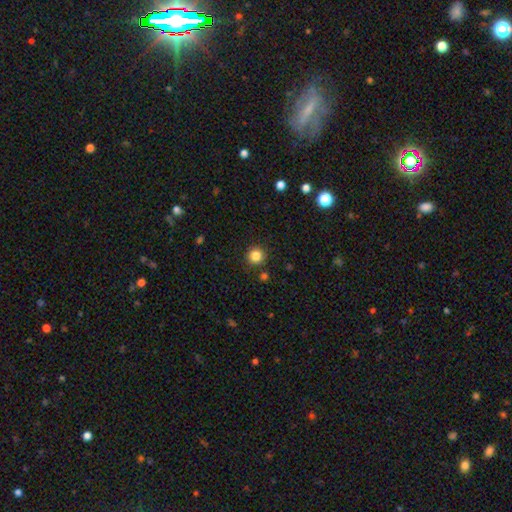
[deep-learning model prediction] This appears to be a smooth galaxy with no disk features (84%) that is round (95%). Merging: none (89%).